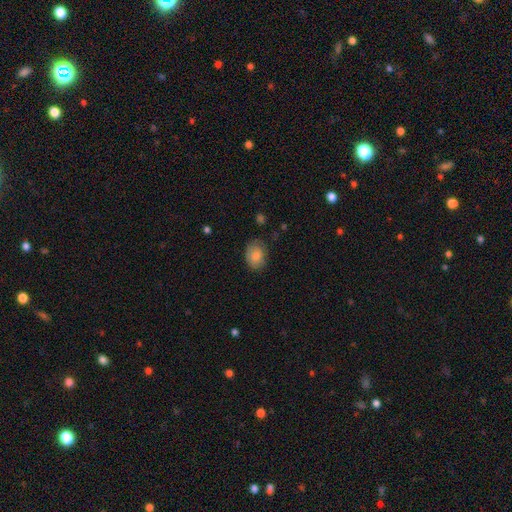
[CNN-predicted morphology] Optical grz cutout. It shows a smooth galaxy with no disk features (82%) that is in between round and cigar-shaped (70%). Merging: none (73%).